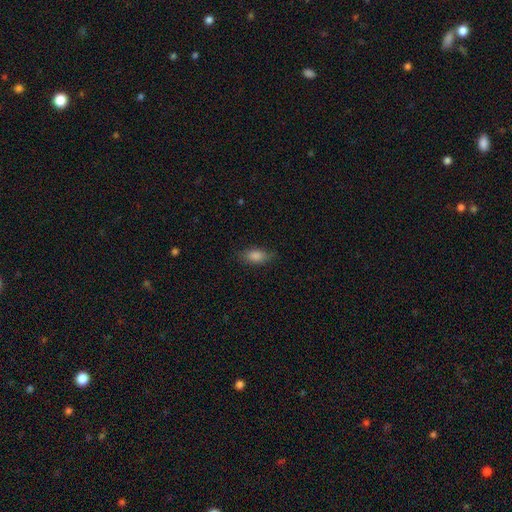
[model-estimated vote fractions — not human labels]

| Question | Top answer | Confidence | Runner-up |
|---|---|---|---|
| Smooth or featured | smooth | 83% | star or artifact (9%) |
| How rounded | in between | 85% | cigar-shaped (11%) |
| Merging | none | 79% | minor disturbance (16%) |